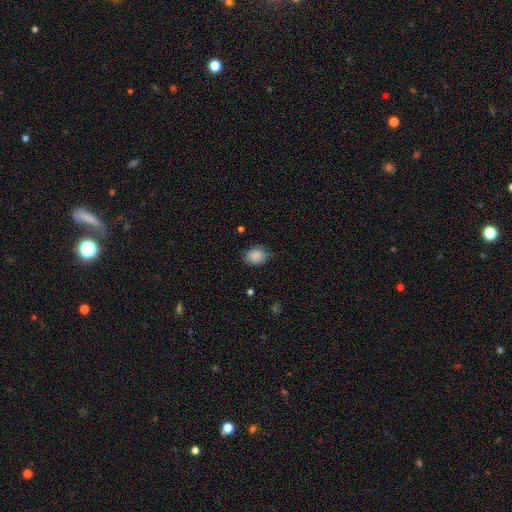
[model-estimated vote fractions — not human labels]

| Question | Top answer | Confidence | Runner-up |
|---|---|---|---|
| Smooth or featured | smooth | 88% | star or artifact (8%) |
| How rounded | in between | 67% | round (32%) |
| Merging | none | 74% | minor disturbance (21%) |